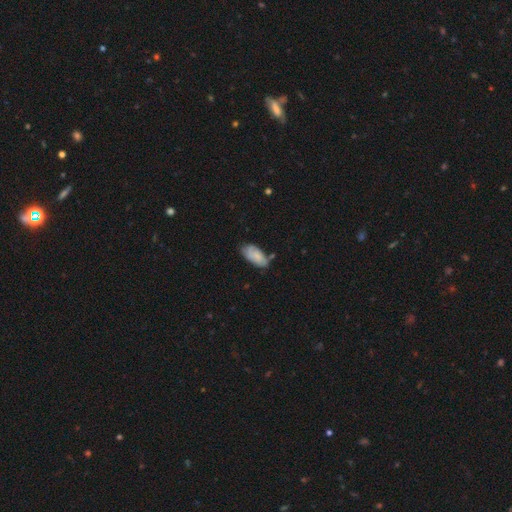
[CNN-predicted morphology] A smooth galaxy with no disk features (71%) that is in between round and cigar-shaped (91%).

Vote fractions:
- Smooth or featured? smooth: 71% / featured or disk: 21% / star or artifact: 7%
- How rounded? in between: 91% / cigar-shaped: 7% / round: 2%
- Merging? none: 57% / minor disturbance: 30% / major disturbance: 7% / merger: 6%